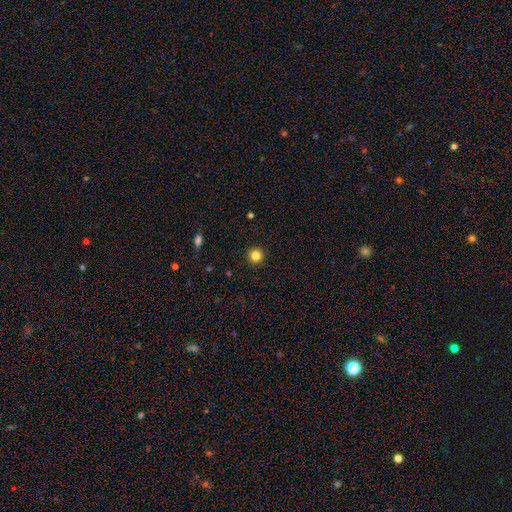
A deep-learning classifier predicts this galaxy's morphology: This is clearly a smooth galaxy (83%). How rounded: clearly round (96%). Merging: clearly none (93%).